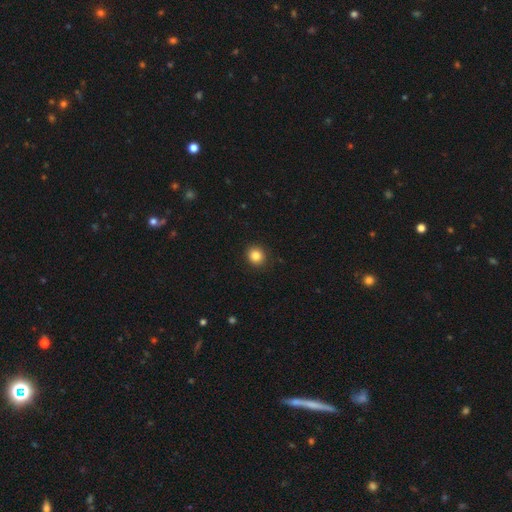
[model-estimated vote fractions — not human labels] smooth-or-featured: smooth: 85% | star or artifact: 11% | featured or disk: 5%
  how-rounded: round: 85% | in between: 14% | cigar-shaped: 1%
  merging: none: 91% | minor disturbance: 6% | major disturbance: 2% | merger: 1%